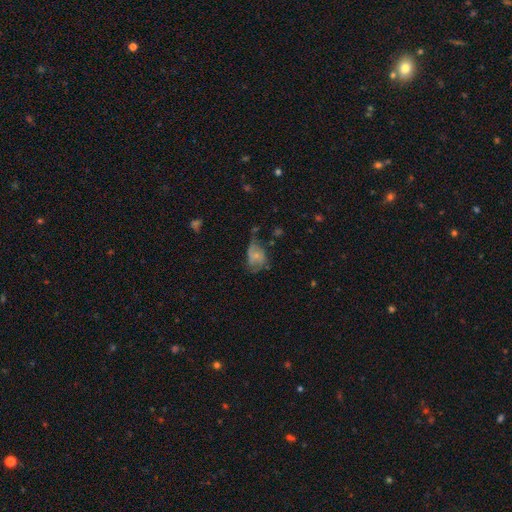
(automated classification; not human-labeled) A featured or disk galaxy (46%). Merging: major disturbance (34%).